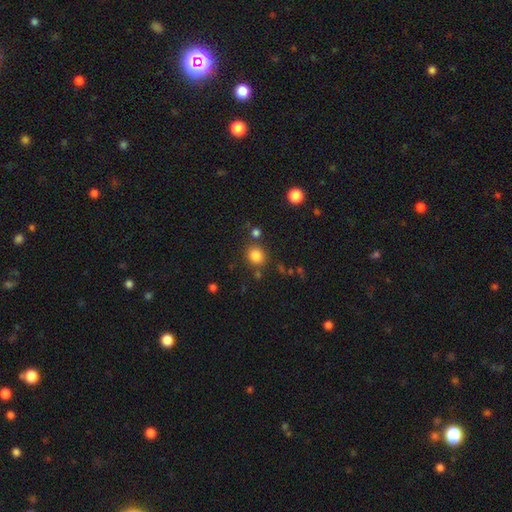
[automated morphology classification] This is clearly a smooth galaxy (83%). How rounded: likely round (79%). Merging: clearly none (80%).